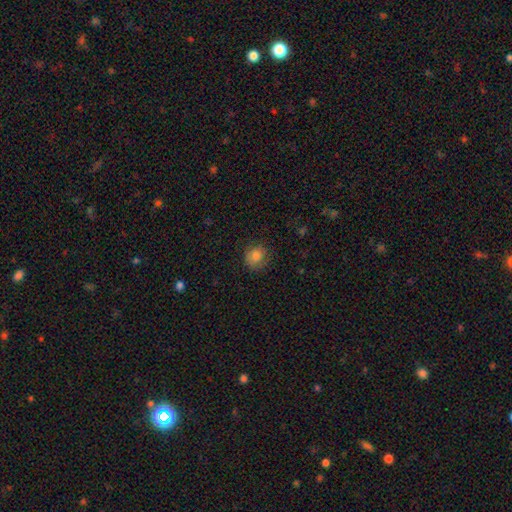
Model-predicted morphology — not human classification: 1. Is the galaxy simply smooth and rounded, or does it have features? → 82% smooth, 10% star or artifact, 8% featured or disk.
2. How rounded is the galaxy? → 80% round, 19% in between, 1% cigar-shaped.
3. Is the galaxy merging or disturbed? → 79% none, 15% minor disturbance, 4% major disturbance, 1% merger.